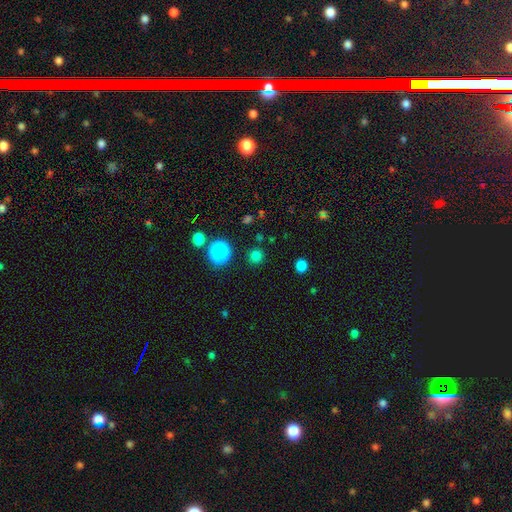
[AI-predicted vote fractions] A smooth galaxy with no disk features (75%) that is round (92%).

Vote fractions:
- Smooth or featured? smooth: 75% / star or artifact: 20% / featured or disk: 4%
- How rounded? round: 92% / in between: 7% / cigar-shaped: 1%
- Merging? none: 87% / minor disturbance: 7% / major disturbance: 3% / merger: 3%